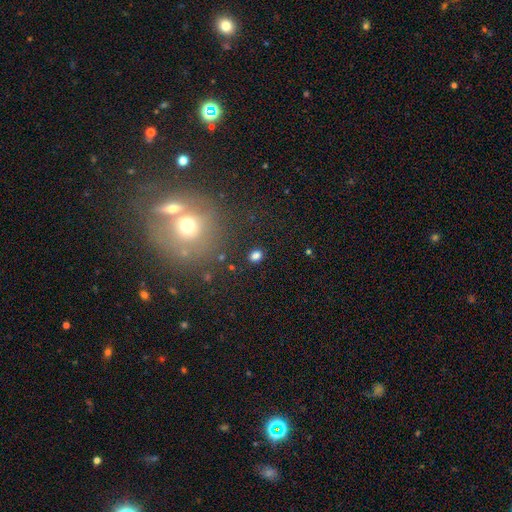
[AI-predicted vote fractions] Overall: smooth (80%). How rounded: in between (57%; round 41%). Merging: none (87%).